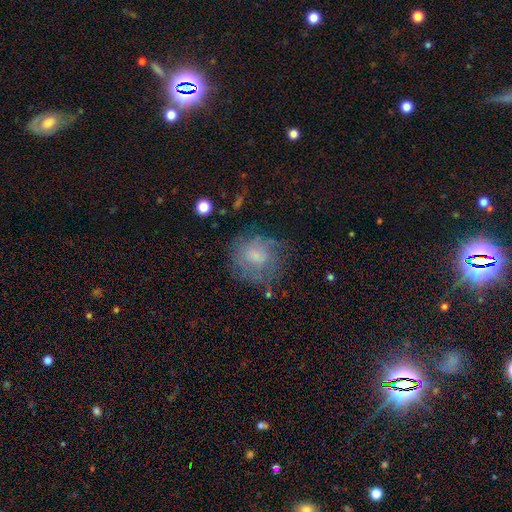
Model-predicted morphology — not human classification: This is possibly a smooth galaxy (54%). How rounded: likely round (78%). Merging: possibly none (57%).